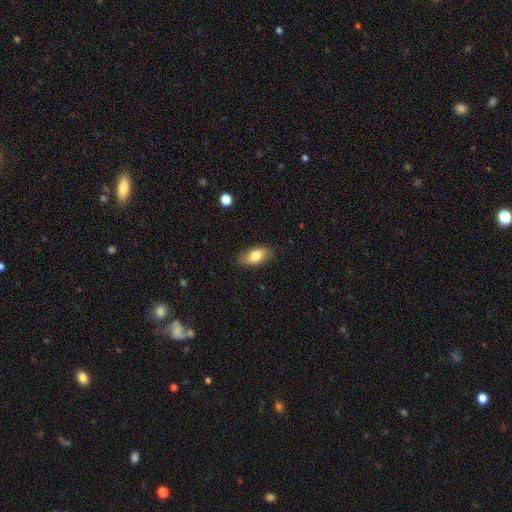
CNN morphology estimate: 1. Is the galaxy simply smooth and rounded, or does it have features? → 76% smooth, 17% featured or disk, 7% star or artifact.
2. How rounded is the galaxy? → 90% in between, 5% cigar-shaped, 5% round.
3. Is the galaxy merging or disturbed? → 84% none, 13% minor disturbance, 3% major disturbance, 1% merger.